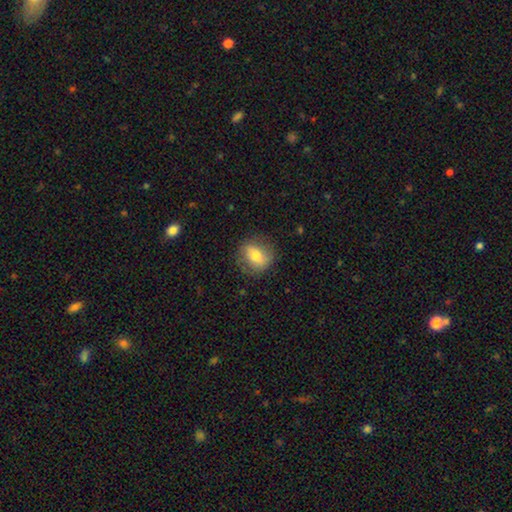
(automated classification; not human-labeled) Smooth or featured? smooth (65%)
How rounded? round (62%)
Merging? none (78%)